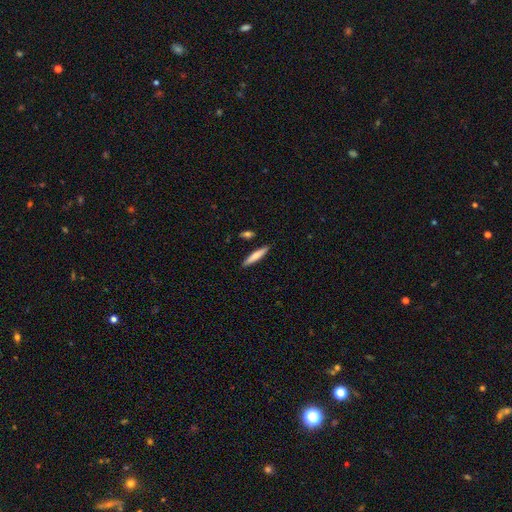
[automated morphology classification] smooth 74%, featured or disk 20%, star or artifact 6%. Down the decision tree: how rounded — cigar-shaped (88%); merging — none (87%).